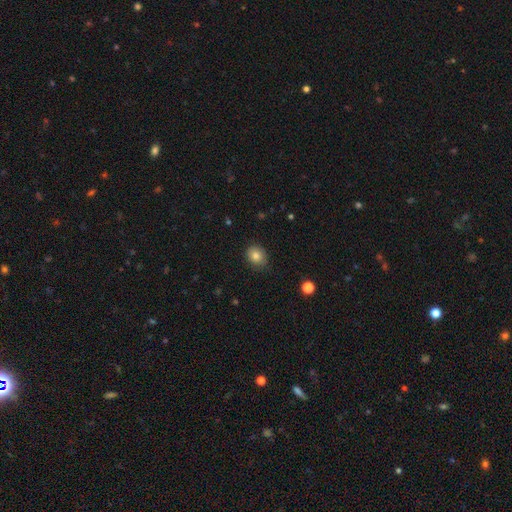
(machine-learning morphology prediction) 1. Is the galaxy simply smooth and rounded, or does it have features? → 81% smooth, 10% star or artifact, 8% featured or disk.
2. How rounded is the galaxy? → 58% round, 41% in between, 1% cigar-shaped.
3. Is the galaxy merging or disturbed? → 82% none, 14% minor disturbance, 3% major disturbance, 1% merger.